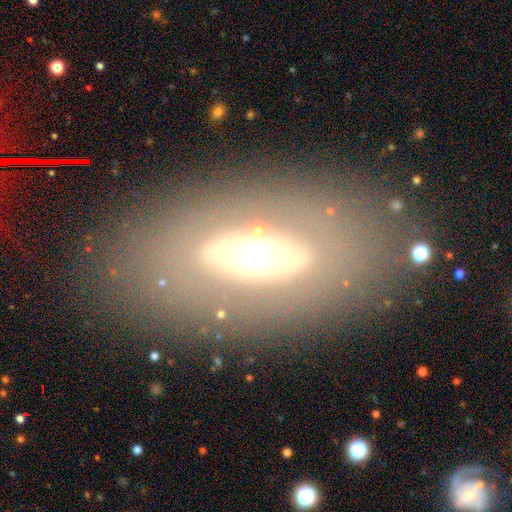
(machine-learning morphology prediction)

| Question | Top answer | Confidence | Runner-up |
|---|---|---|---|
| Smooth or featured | featured or disk | 54% | smooth (33%) |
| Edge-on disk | no | 72% | yes (28%) |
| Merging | none | 78% | minor disturbance (11%) |